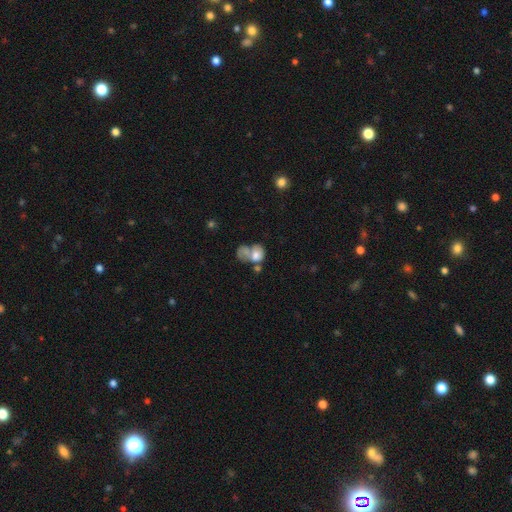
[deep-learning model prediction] This appears to be a smooth galaxy with no disk features (60%) that is in between round and cigar-shaped (59%). Merging: merger (48%).